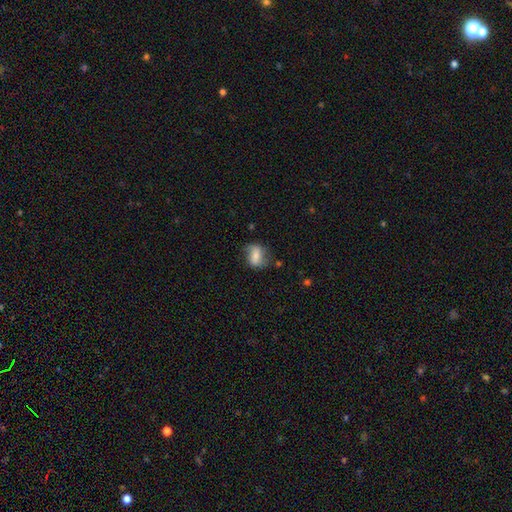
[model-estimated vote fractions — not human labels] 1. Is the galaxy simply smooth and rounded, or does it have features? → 60% smooth, 32% featured or disk, 8% star or artifact.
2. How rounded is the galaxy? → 61% in between, 35% round, 4% cigar-shaped.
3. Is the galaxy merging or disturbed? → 64% none, 24% minor disturbance, 9% major disturbance, 3% merger.